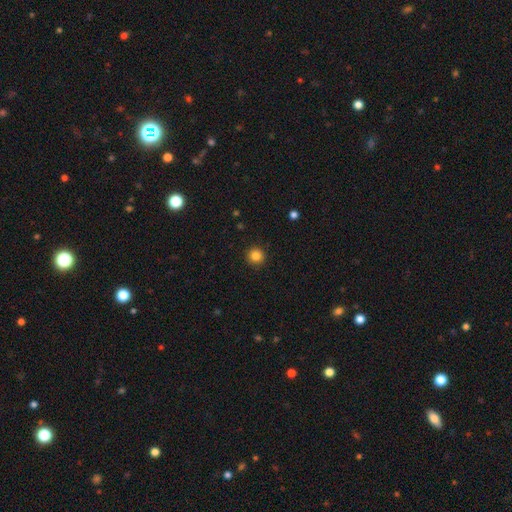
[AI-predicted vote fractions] smooth-or-featured: smooth: 85% | star or artifact: 11% | featured or disk: 4%
  how-rounded: round: 95% | in between: 4% | cigar-shaped: 1%
  merging: none: 92% | minor disturbance: 5% | major disturbance: 2% | merger: 1%